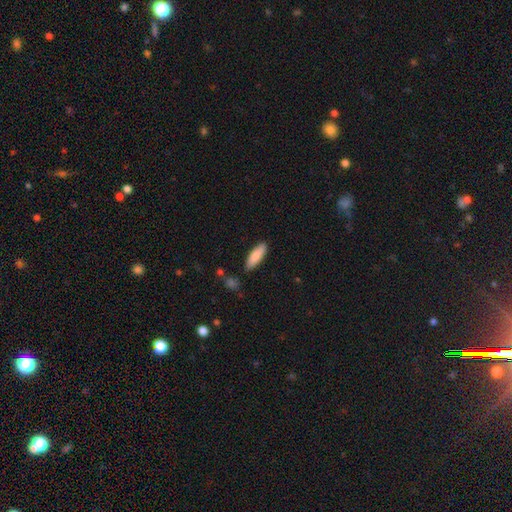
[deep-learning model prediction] Smooth or featured? Predicted: smooth (p=0.85). How rounded? Predicted: in between (p=0.51). Merging? Predicted: none (p=0.85).